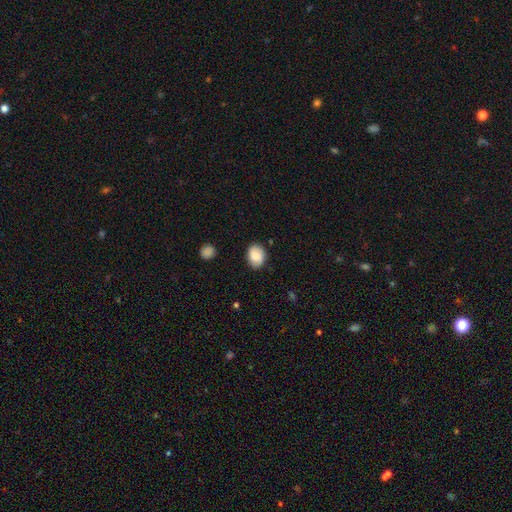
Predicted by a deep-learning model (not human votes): This appears to be a smooth galaxy with no disk features (80%) that is in between round and cigar-shaped (63%). Merging: none (81%).